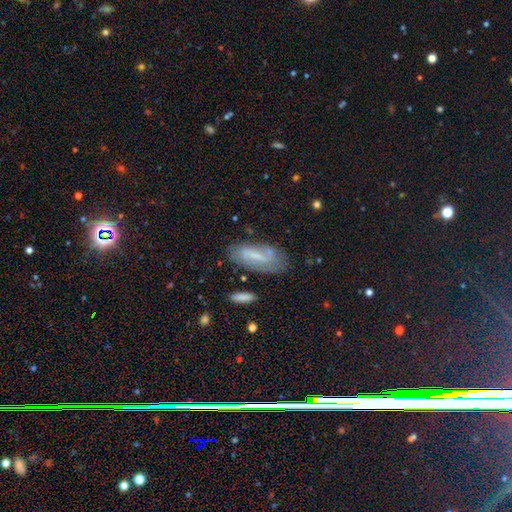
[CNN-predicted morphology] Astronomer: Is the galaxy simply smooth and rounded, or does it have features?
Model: featured or disk — 46% (runner-up: smooth, 43%).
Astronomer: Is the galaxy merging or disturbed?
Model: none — 65%.